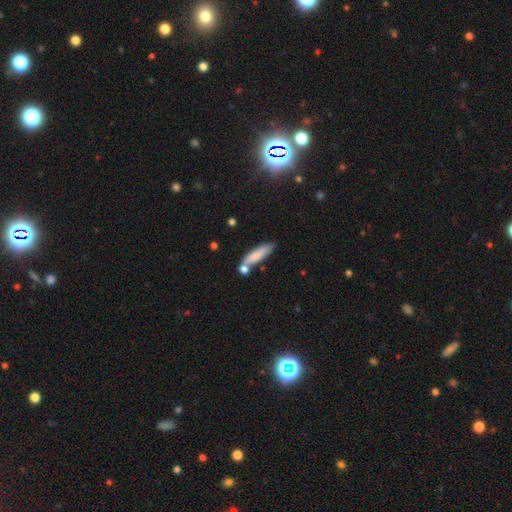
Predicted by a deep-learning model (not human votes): smooth 78%, featured or disk 15%, star or artifact 6%. Down the decision tree: how rounded — cigar-shaped (72%); merging — none (63%).